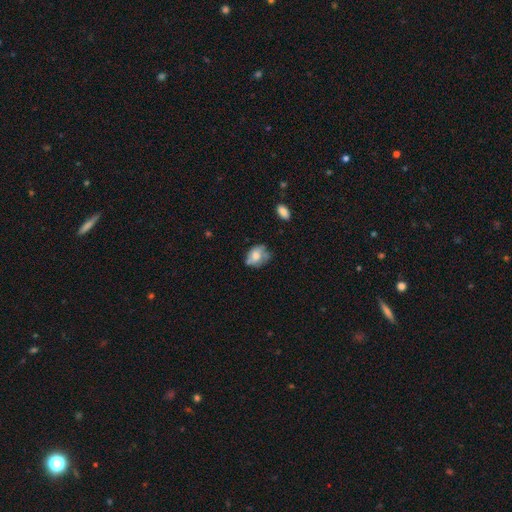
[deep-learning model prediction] Smooth or featured?
  - smooth: 59% *
  - featured or disk: 32%
  - star or artifact: 9%
How rounded?
  - in between: 65% *
  - round: 34%
  - cigar-shaped: 1%
Merging?
  - none: 45% *
  - minor disturbance: 34%
  - major disturbance: 16%
  - merger: 5%